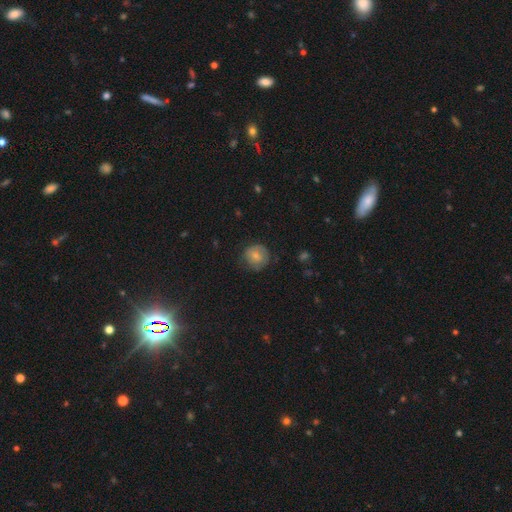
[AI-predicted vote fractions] A smooth galaxy with no disk features (69%) that is round (87%). Merging: none (68%).